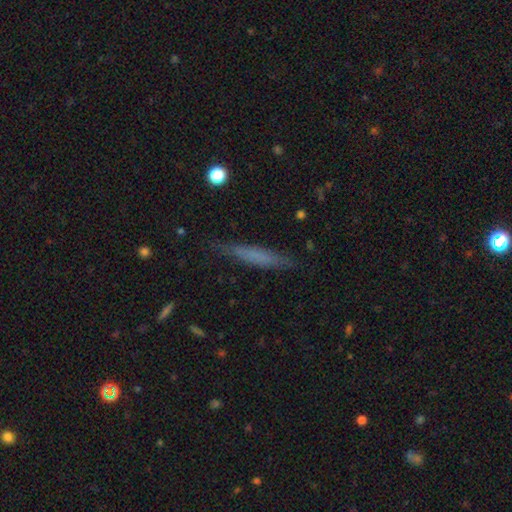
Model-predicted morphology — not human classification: Overall: smooth (58%; featured or disk 34%). How rounded: cigar-shaped (92%). Merging: none (81%).